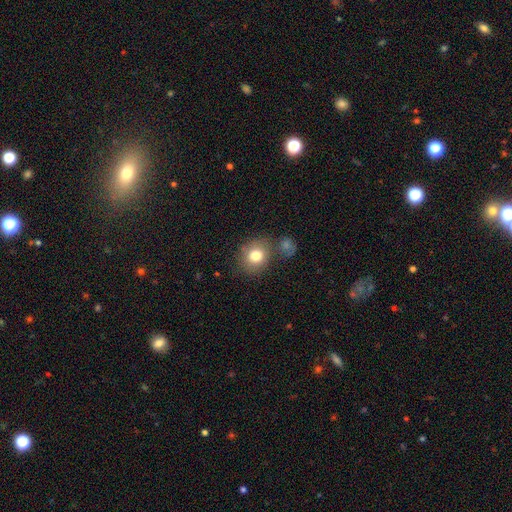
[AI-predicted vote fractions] A smooth galaxy with no disk features (79%) that is round (76%).

Vote fractions:
- Smooth or featured? smooth: 79% / featured or disk: 11% / star or artifact: 10%
- How rounded? round: 76% / in between: 23% / cigar-shaped: 1%
- Merging? none: 64% / merger: 17% / minor disturbance: 13% / major disturbance: 5%